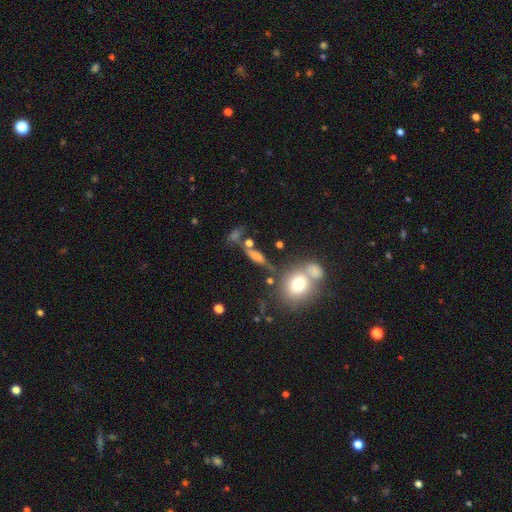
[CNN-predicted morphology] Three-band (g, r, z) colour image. It shows a smooth galaxy with no disk features (41%). Merging: none (58%).